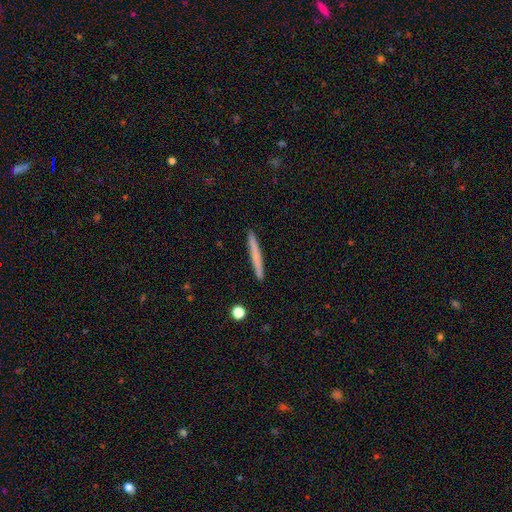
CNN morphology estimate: smooth 66%, featured or disk 28%, star or artifact 6%. Down the decision tree: how rounded — cigar-shaped (97%); merging — none (92%).